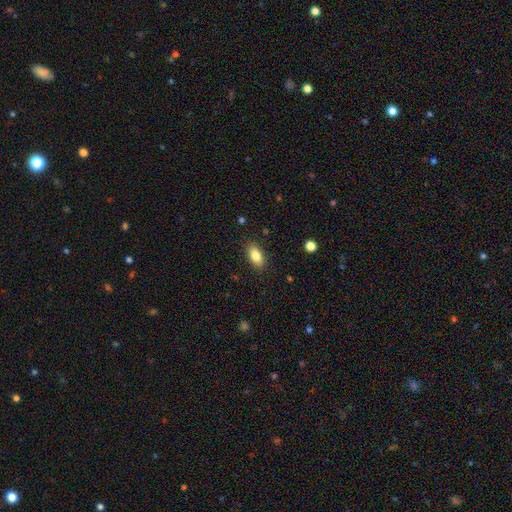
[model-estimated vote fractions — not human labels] Smooth or featured: smooth — 82% (featured or disk — 11%)
How rounded: in between — 88% (cigar-shaped — 8%)
Merging: none — 87% (minor disturbance — 10%)